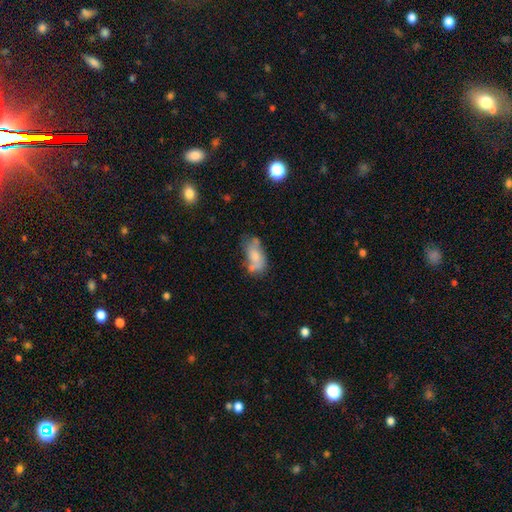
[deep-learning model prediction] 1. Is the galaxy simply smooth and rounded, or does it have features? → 61% smooth, 30% featured or disk, 9% star or artifact.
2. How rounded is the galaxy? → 86% in between, 9% cigar-shaped, 4% round.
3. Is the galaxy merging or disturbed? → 41% none, 26% minor disturbance, 21% merger, 12% major disturbance.